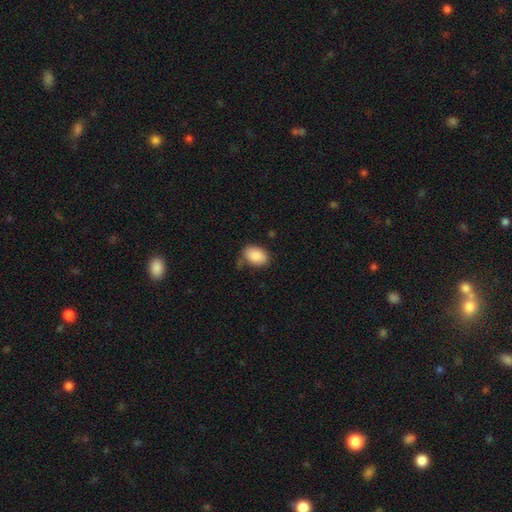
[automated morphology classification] Smooth or featured? Predicted: smooth (p=0.89). How rounded? Predicted: in between (p=0.86). Merging? Predicted: none (p=0.70).